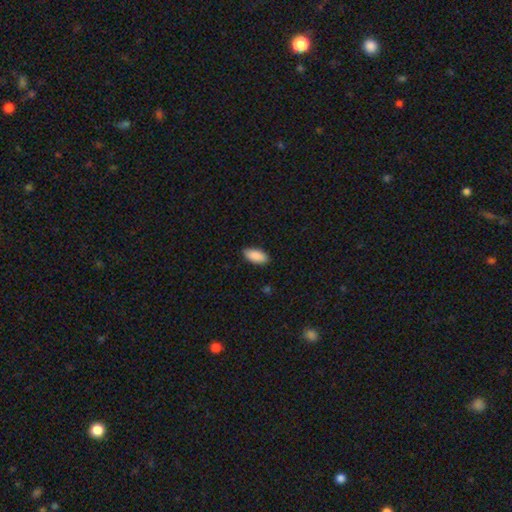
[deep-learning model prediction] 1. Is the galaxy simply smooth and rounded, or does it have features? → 90% smooth, 6% star or artifact, 4% featured or disk.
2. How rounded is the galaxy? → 91% in between, 8% cigar-shaped, 2% round.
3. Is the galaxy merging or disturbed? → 88% none, 9% minor disturbance, 2% major disturbance, 1% merger.